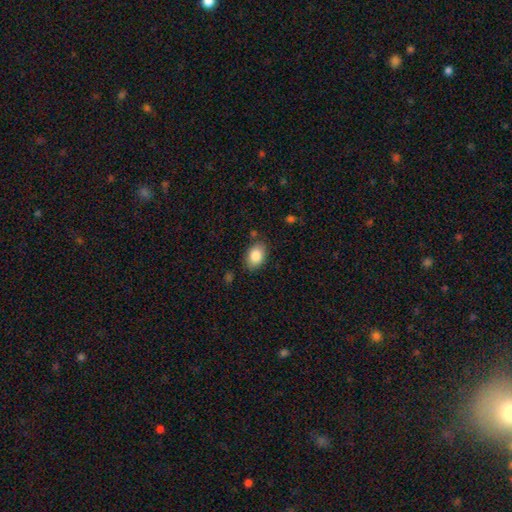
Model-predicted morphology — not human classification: Overall: smooth (86%). How rounded: in between (86%). Merging: none (82%).